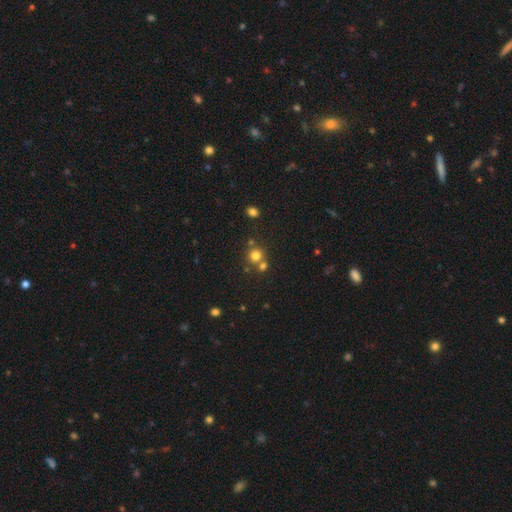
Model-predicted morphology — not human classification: The model was most divided on "merging": none: 61%, merger: 29%, minor disturbance: 7%, major disturbance: 3%. More confident: how rounded — round (90%); smooth or featured — smooth (74%).